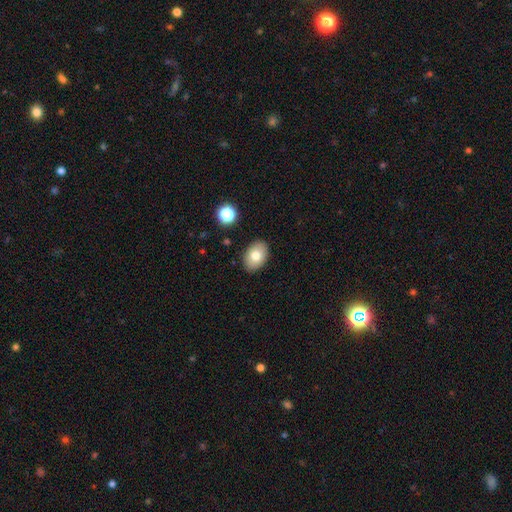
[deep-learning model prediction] Smooth or featured? smooth (76%)
How rounded? in between (84%)
Merging? none (88%)